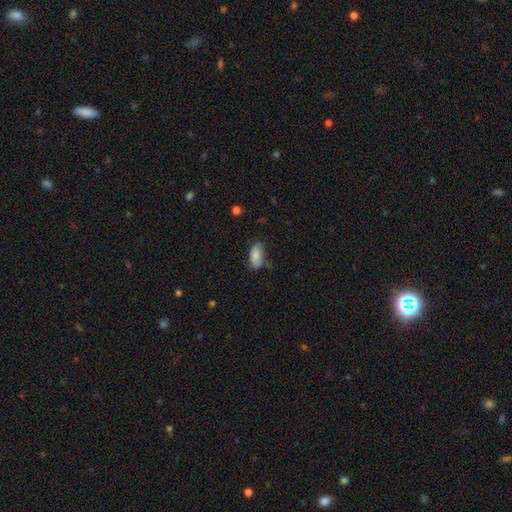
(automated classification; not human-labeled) Smooth or featured? Predicted: smooth (p=0.82). How rounded? Predicted: in between (p=0.90). Merging? Predicted: none (p=0.66).